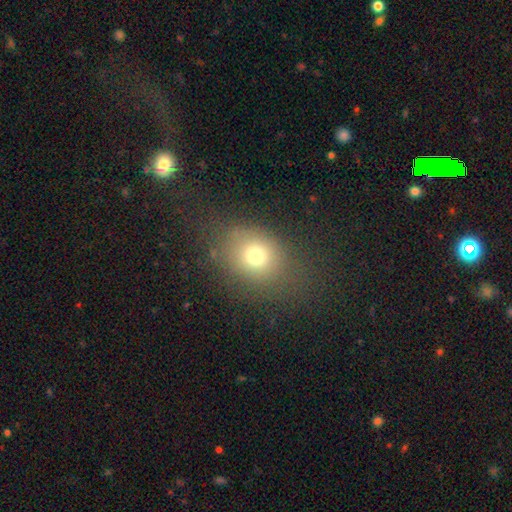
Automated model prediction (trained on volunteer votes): A smooth galaxy with no disk features (72%) that is round (52%). Merging: none (73%).